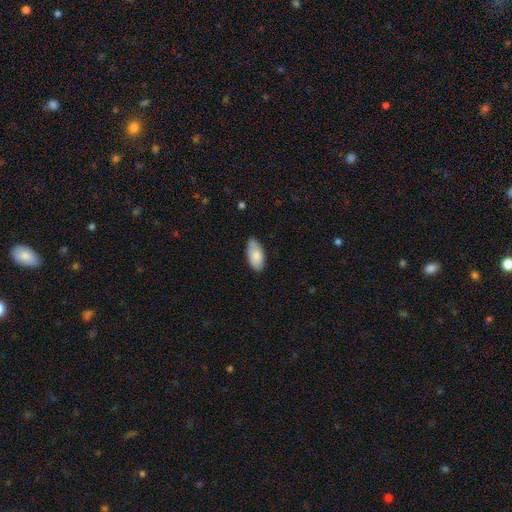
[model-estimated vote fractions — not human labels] The model was most divided on "merging": none: 73%, minor disturbance: 23%, major disturbance: 3%, merger: 1%. More confident: how rounded — in between (93%); smooth or featured — smooth (82%).